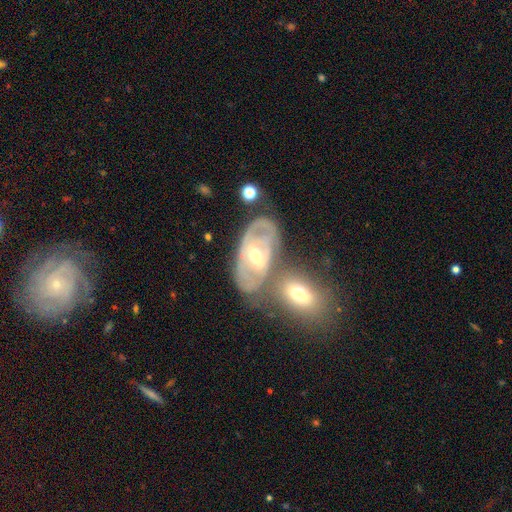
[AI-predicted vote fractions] A featured or disk galaxy (79%) with a weak bar (42%), tight (62%) spiral arms (76%) and a moderate central bulge (54%).

Vote fractions:
- Smooth or featured? featured or disk: 79% / smooth: 15% / star or artifact: 6%
- Edge-on disk? no: 92% / yes: 8%
- Bar? weak: 42% / no: 34% / strong: 23%
- Spiral arms? yes: 76% / no: 24%
- Spiral winding? tight: 62% / medium: 29% / loose: 9%
- Spiral arm count? can't tell: 46% / 2: 37% / 3: 8% / 1: 4% / 4: 3% / more than 4: 2%
- Bulge size? moderate: 54% / small: 41% / large: 2% / none: 1% / dominant: 1%
- Merging? none: 49% / merger: 24% / minor disturbance: 18% / major disturbance: 9%